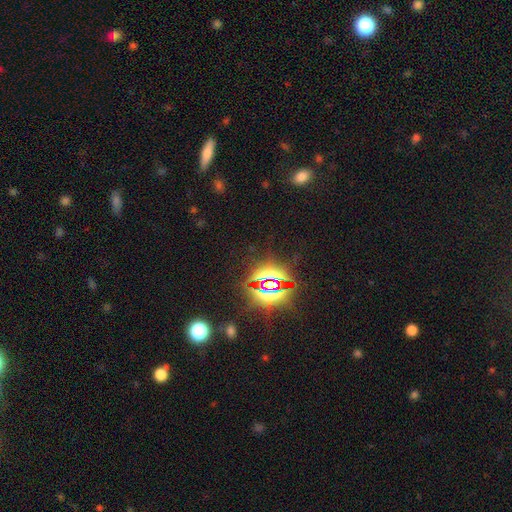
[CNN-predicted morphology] Smooth or featured: star or artifact — 80% (smooth — 12%)